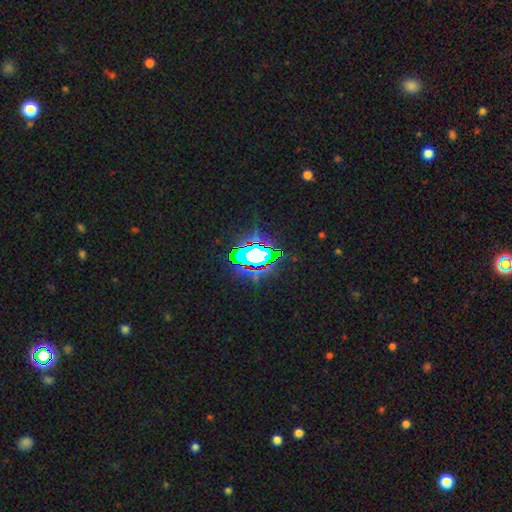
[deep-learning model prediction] Morphology: type=star or artifact (64%).